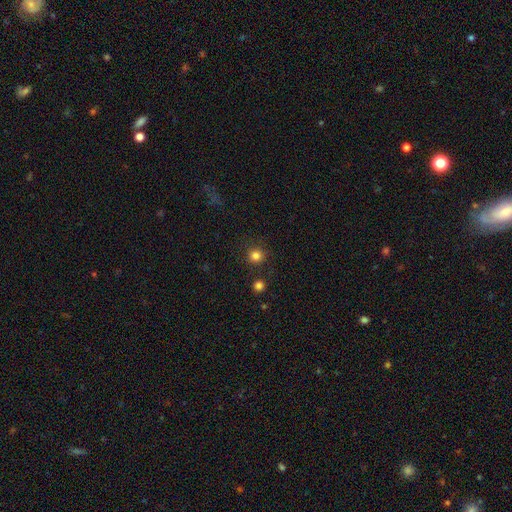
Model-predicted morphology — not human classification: smooth-or-featured: smooth: 82% | star or artifact: 13% | featured or disk: 5%
  how-rounded: round: 92% | in between: 7% | cigar-shaped: 1%
  merging: none: 87% | minor disturbance: 7% | merger: 3% | major disturbance: 3%